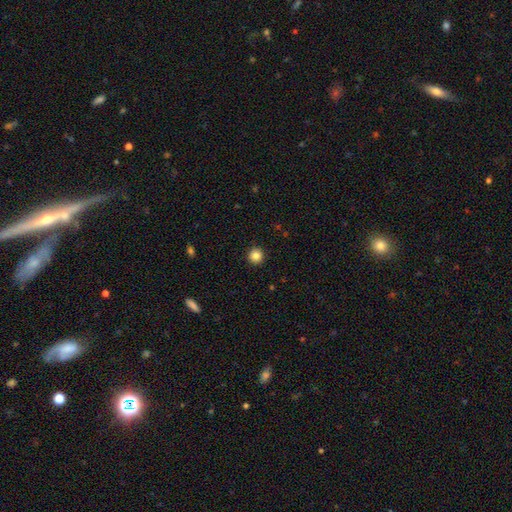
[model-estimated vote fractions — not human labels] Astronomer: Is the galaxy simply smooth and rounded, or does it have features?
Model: smooth — 85%.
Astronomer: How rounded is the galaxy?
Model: round — 95%.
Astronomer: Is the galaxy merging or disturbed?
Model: none — 93%.